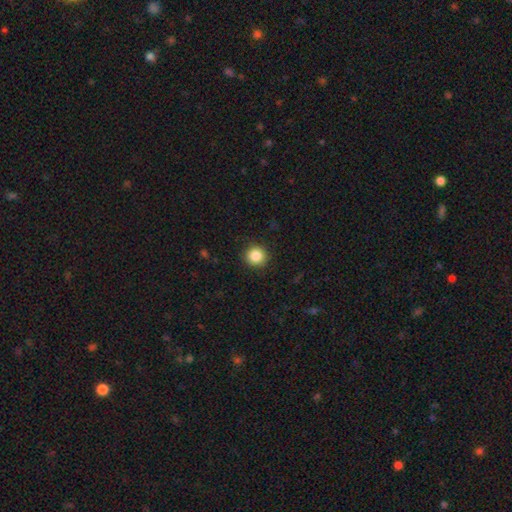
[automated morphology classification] Q: Smooth or featured?
A: smooth (85%); runner-up: star or artifact (10%)
Q: How rounded?
A: round (93%); runner-up: in between (6%)
Q: Merging?
A: none (91%); runner-up: minor disturbance (6%)